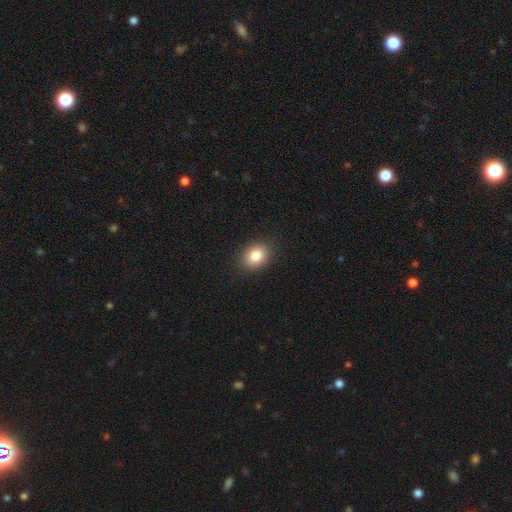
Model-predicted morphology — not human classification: smooth_or_featured: smooth (p=0.84) [alt: star or artifact p=0.09]
how_rounded: in between (p=0.62) [alt: round p=0.37]
merging: none (p=0.89) [alt: minor disturbance p=0.08]